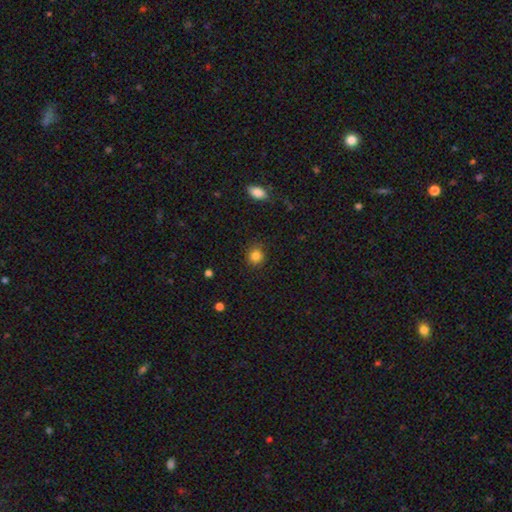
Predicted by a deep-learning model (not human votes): Q: Smooth or featured?
A: smooth (84%); runner-up: star or artifact (11%)
Q: How rounded?
A: round (87%); runner-up: in between (12%)
Q: Merging?
A: none (86%); runner-up: minor disturbance (10%)